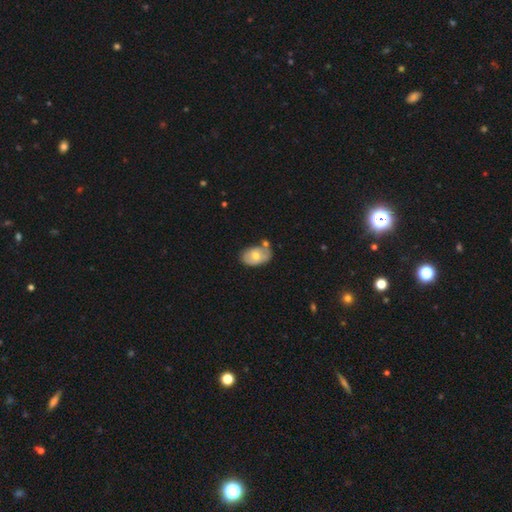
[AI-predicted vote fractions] The model was most divided on "smooth or featured": smooth: 62%, featured or disk: 31%, star or artifact: 7%. More confident: how rounded — in between (88%); merging — none (57%).